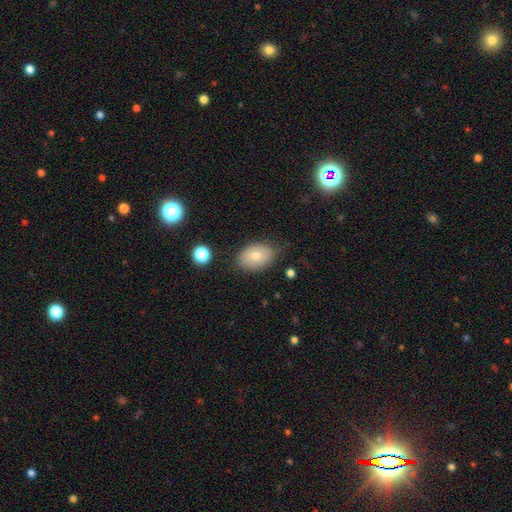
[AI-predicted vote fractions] The model was most divided on "merging": none: 75%, minor disturbance: 18%, major disturbance: 4%, merger: 2%. More confident: how rounded — in between (81%); smooth or featured — smooth (76%).